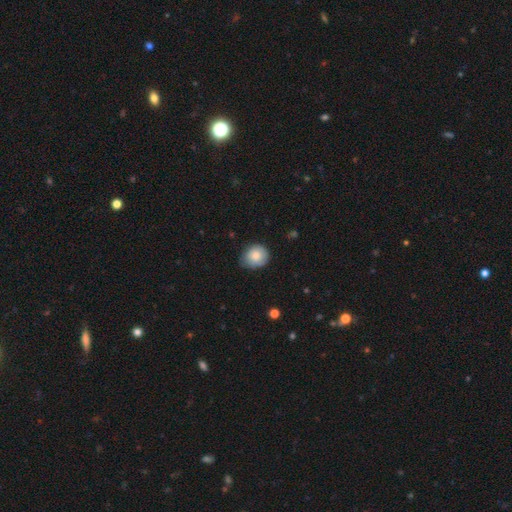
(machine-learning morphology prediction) smooth 80%, featured or disk 13%, star or artifact 7%. Down the decision tree: how rounded — round (77%); merging — none (66%).